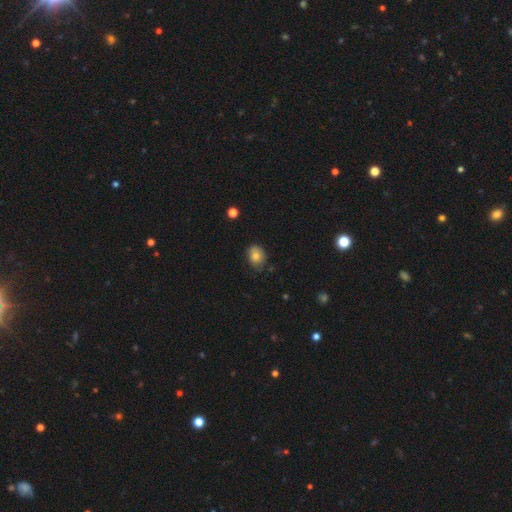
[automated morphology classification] smooth-or-featured: smooth: 79% | featured or disk: 11% | star or artifact: 10%
  how-rounded: in between: 55% | round: 44% | cigar-shaped: 1%
  merging: none: 74% | minor disturbance: 21% | major disturbance: 3% | merger: 2%